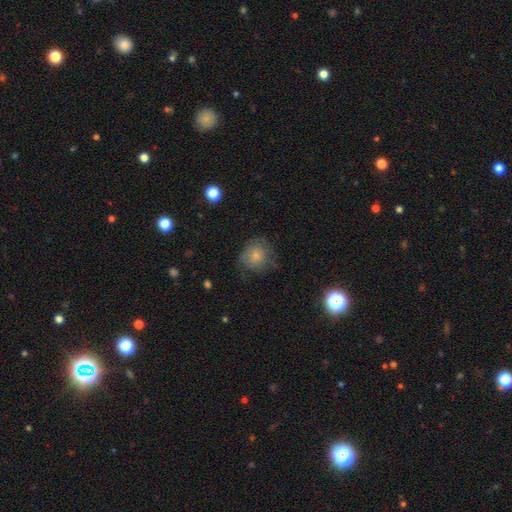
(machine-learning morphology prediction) Q: Smooth or featured?
A: smooth (73%); runner-up: featured or disk (18%)
Q: How rounded?
A: round (84%); runner-up: in between (15%)
Q: Merging?
A: none (56%); runner-up: minor disturbance (28%)